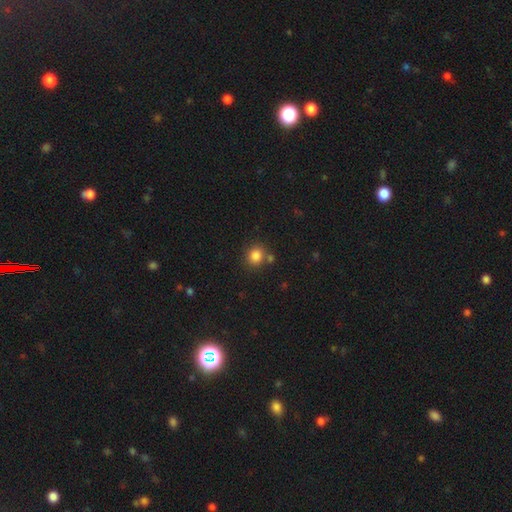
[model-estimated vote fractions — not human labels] The model was most divided on "how rounded": round: 79%, in between: 20%, cigar-shaped: 1%. More confident: smooth or featured — smooth (84%); merging — none (75%).